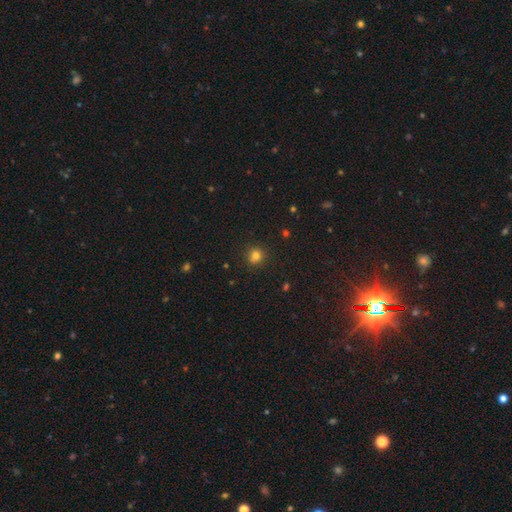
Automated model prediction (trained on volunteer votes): This appears to be a smooth galaxy with no disk features (77%) that is round (88%). Merging: none (82%).